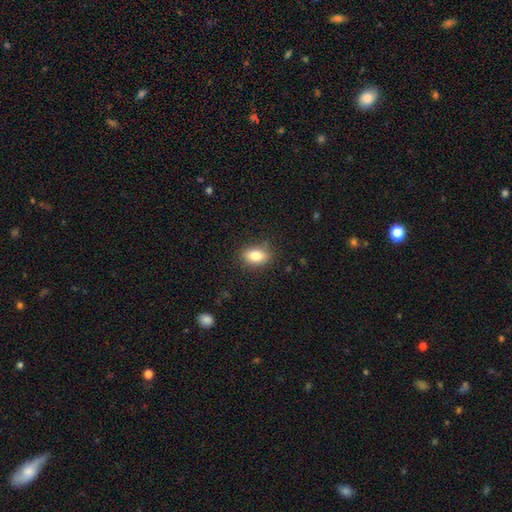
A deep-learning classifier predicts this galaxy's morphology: This is clearly a smooth galaxy (83%). How rounded: clearly in between (85%). Merging: clearly none (83%).